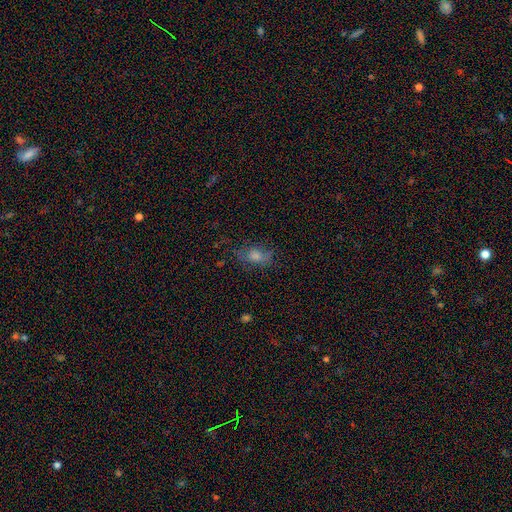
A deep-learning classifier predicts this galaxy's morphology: Smooth or featured? smooth (55%)
How rounded? in between (71%)
Merging? none (67%)